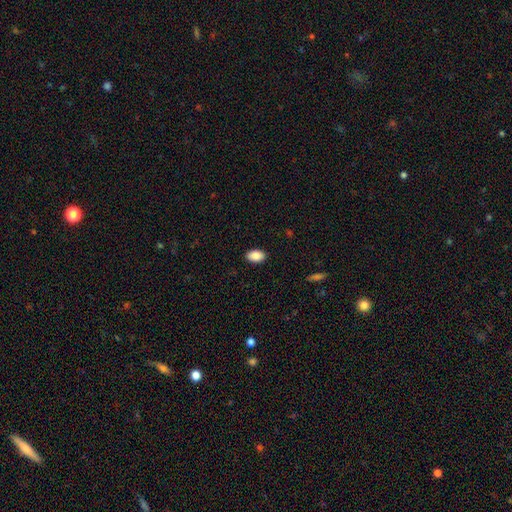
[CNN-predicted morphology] smooth-or-featured: smooth: 88% | star or artifact: 7% | featured or disk: 4%
  how-rounded: in between: 91% | round: 7% | cigar-shaped: 1%
  merging: none: 89% | minor disturbance: 8% | major disturbance: 2% | merger: 1%